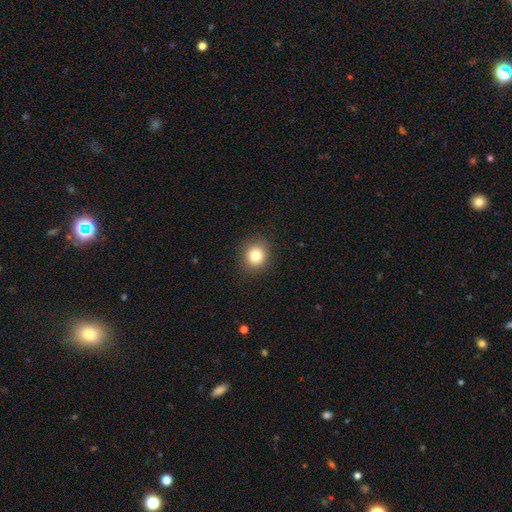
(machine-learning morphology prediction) Smooth or featured: smooth — 81% (star or artifact — 11%)
How rounded: round — 83% (in between — 16%)
Merging: none — 90% (minor disturbance — 7%)